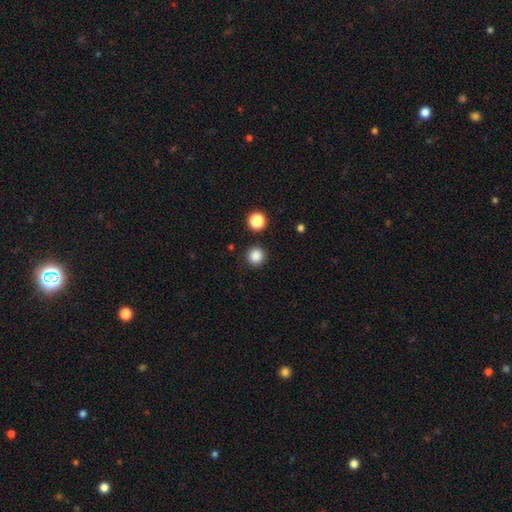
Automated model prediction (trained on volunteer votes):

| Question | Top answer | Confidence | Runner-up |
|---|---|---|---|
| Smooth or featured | smooth | 86% | star or artifact (11%) |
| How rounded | round | 94% | in between (5%) |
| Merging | none | 89% | minor disturbance (6%) |